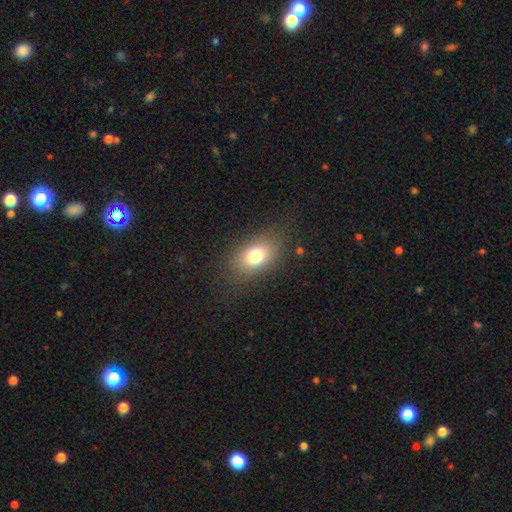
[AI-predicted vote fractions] A smooth galaxy with no disk features (77%) that is in between round and cigar-shaped (82%). Merging: none (81%).